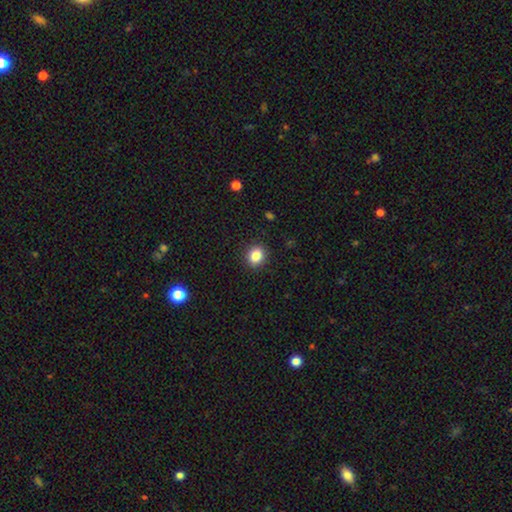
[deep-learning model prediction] Morphology: type=smooth (85%); roundness=round (67%); merging=none (91%).